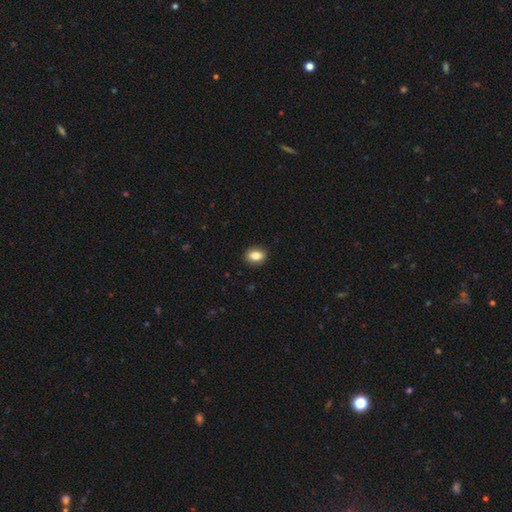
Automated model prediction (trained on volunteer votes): smooth_or_featured: smooth (p=0.85) [alt: star or artifact p=0.08]
how_rounded: in between (p=0.72) [alt: round p=0.26]
merging: none (p=0.89) [alt: minor disturbance p=0.08]